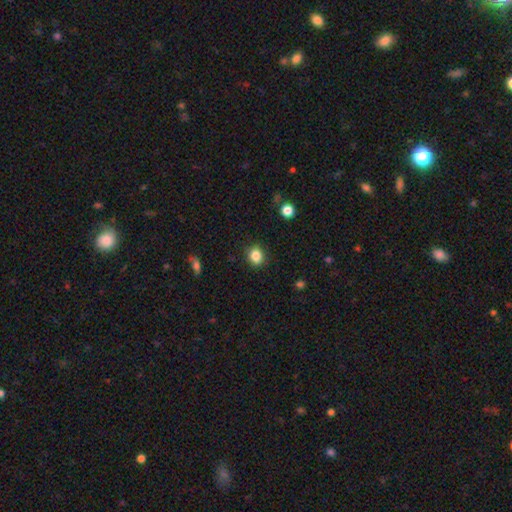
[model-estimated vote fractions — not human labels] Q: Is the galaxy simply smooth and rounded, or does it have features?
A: smooth — 85%.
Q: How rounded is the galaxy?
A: round — 71%.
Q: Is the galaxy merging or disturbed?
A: none — 88%.